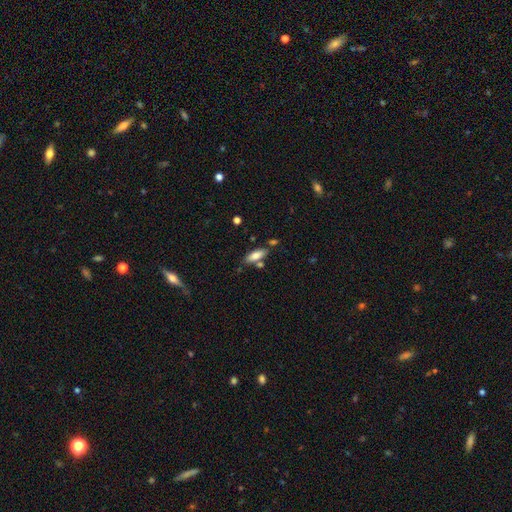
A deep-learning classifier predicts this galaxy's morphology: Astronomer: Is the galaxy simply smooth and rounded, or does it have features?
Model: smooth — 76%.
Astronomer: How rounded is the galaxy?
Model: in between — 69%.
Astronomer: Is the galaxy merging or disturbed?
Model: none — 70%.